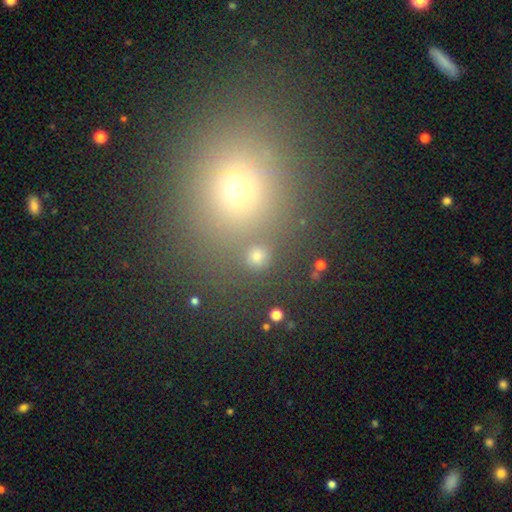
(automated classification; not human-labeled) Overall: smooth (66%; star or artifact 27%). How rounded: round (87%). Merging: none (79%).